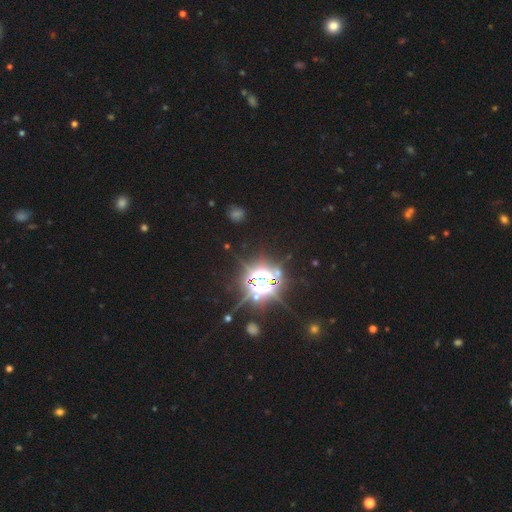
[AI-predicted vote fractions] smooth-or-featured: star or artifact: 84% | smooth: 11% | featured or disk: 5%